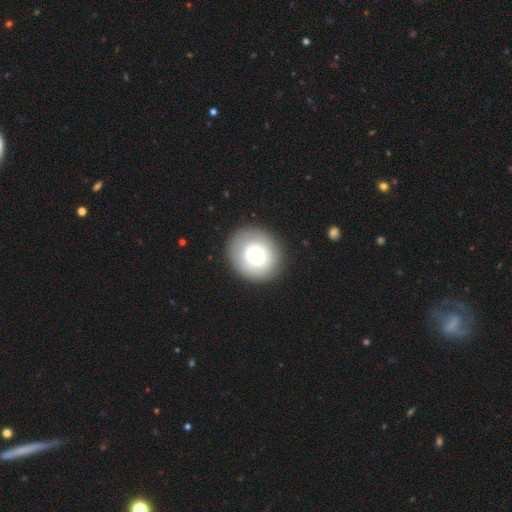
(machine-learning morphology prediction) This appears to be a smooth galaxy with no disk features (62%) that is round (84%). Merging: none (85%).